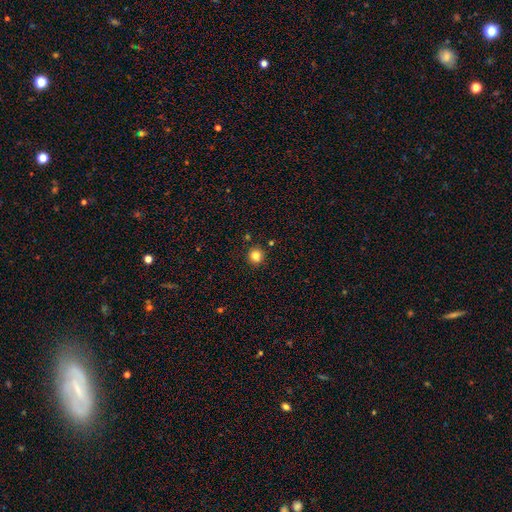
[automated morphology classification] Smooth or featured: smooth — 82% (star or artifact — 12%)
How rounded: round — 91% (in between — 8%)
Merging: none — 89% (minor disturbance — 7%)